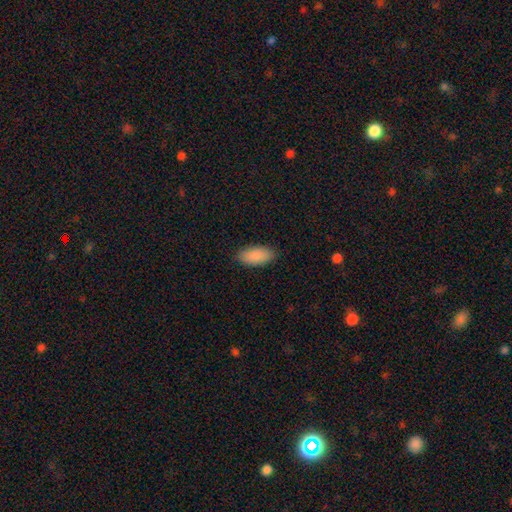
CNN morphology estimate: Q: Smooth or featured?
A: smooth (90%); runner-up: star or artifact (6%)
Q: How rounded?
A: in between (92%); runner-up: cigar-shaped (6%)
Q: Merging?
A: none (88%); runner-up: minor disturbance (9%)